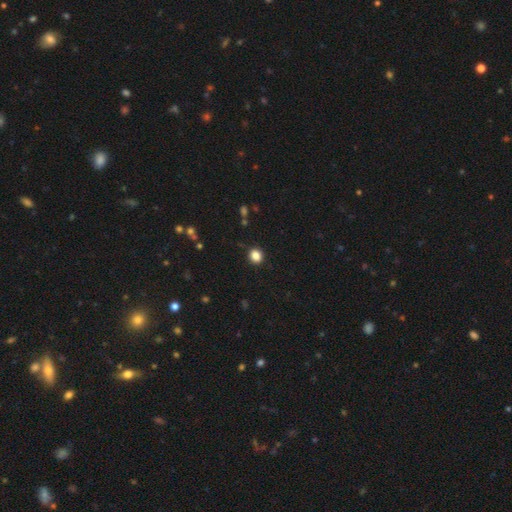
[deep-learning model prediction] A smooth galaxy with no disk features (85%) that is round (83%).

Vote fractions:
- Smooth or featured? smooth: 85% / star or artifact: 11% / featured or disk: 4%
- How rounded? round: 83% / in between: 16% / cigar-shaped: 1%
- Merging? none: 90% / minor disturbance: 6% / major disturbance: 2% / merger: 1%